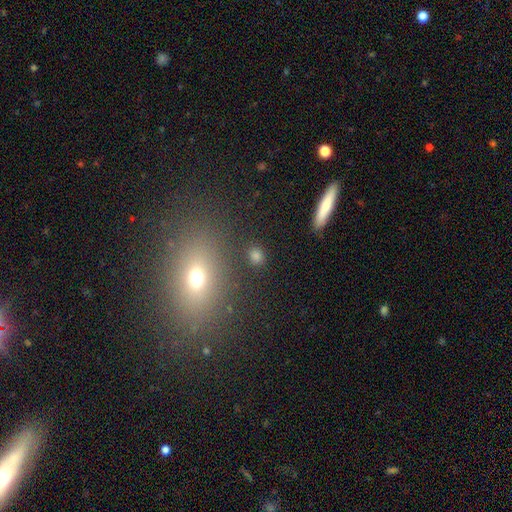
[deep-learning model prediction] Q: Smooth or featured?
A: smooth (69%); runner-up: star or artifact (20%)
Q: How rounded?
A: round (56%); runner-up: in between (38%)
Q: Merging?
A: none (83%); runner-up: minor disturbance (8%)